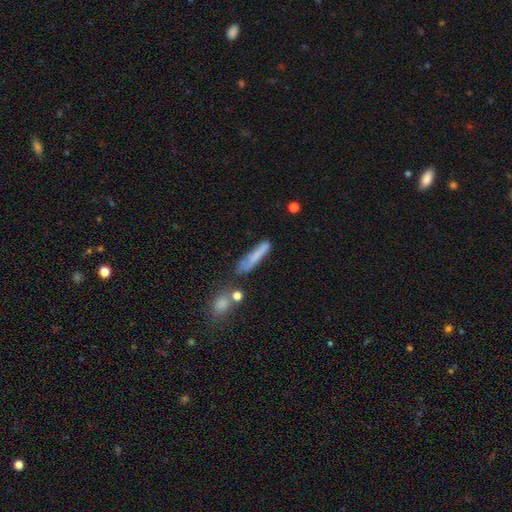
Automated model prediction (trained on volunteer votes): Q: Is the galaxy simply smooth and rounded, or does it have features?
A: smooth — 65%.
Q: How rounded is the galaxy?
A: cigar-shaped — 85%.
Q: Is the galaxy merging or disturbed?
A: none — 52%.